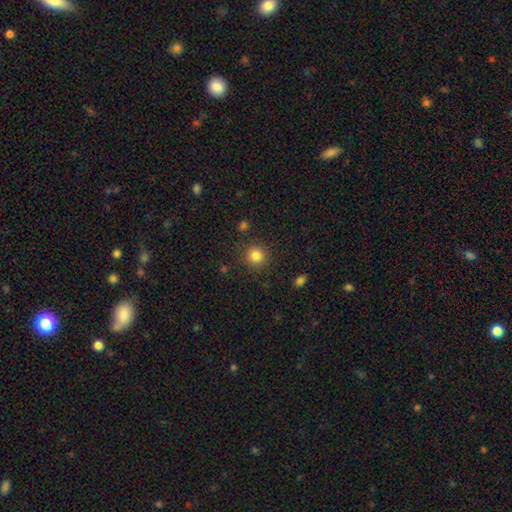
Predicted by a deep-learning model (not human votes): smooth 83%, star or artifact 12%, featured or disk 5%. Down the decision tree: how rounded — round (92%); merging — none (88%).